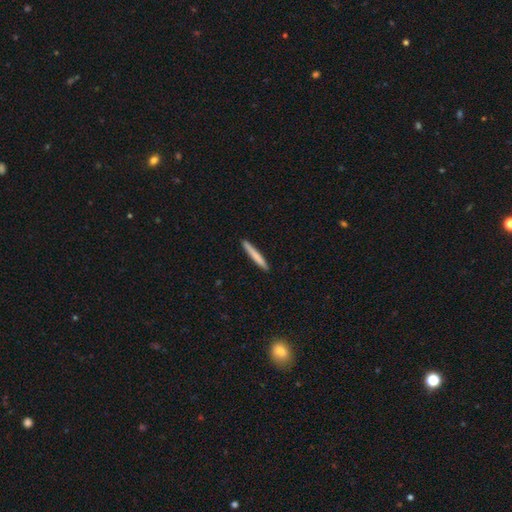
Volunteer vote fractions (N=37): Q: Smooth or featured?
A: smooth (76%); runner-up: featured or disk (22%)
Q: How rounded?
A: cigar-shaped (96%); runner-up: in between (4%)
Q: Merging?
A: none (92%); runner-up: minor disturbance (6%)